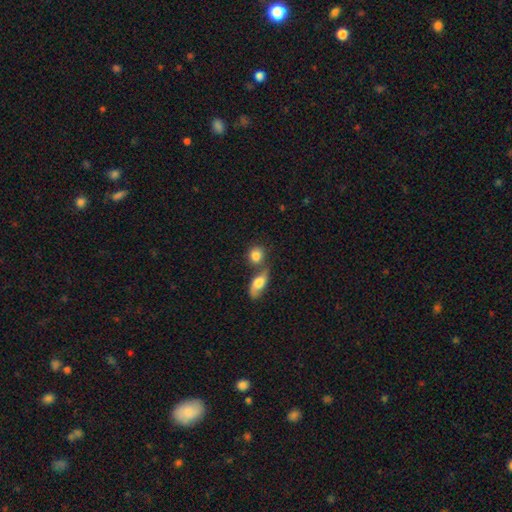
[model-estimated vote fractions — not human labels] This is clearly a smooth galaxy (82%). How rounded: likely round (66%). Merging: possibly none (45%).